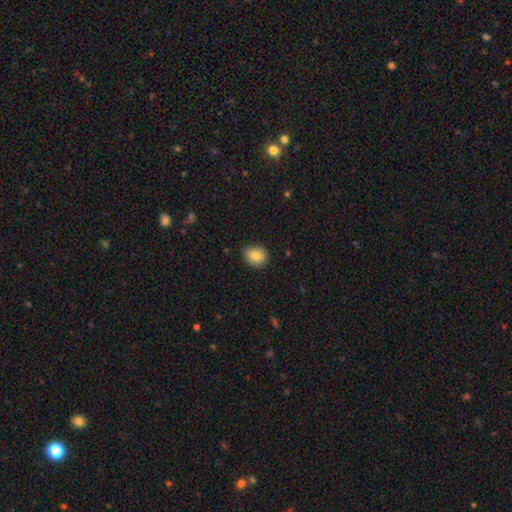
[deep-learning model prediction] This is clearly a smooth galaxy (83%). How rounded: likely round (65%). Merging: clearly none (81%).